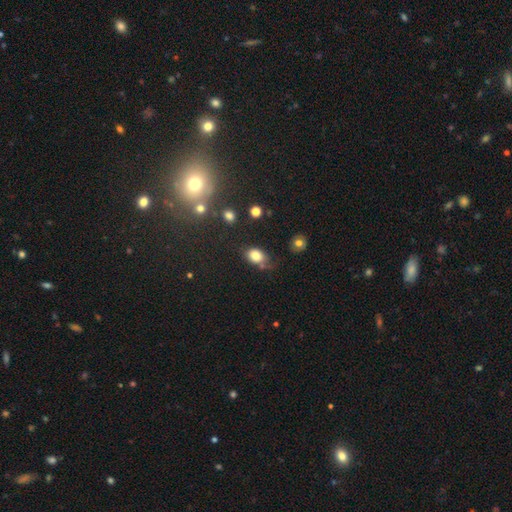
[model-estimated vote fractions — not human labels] This is clearly a smooth galaxy (80%). How rounded: likely in between (72%). Merging: likely none (61%).